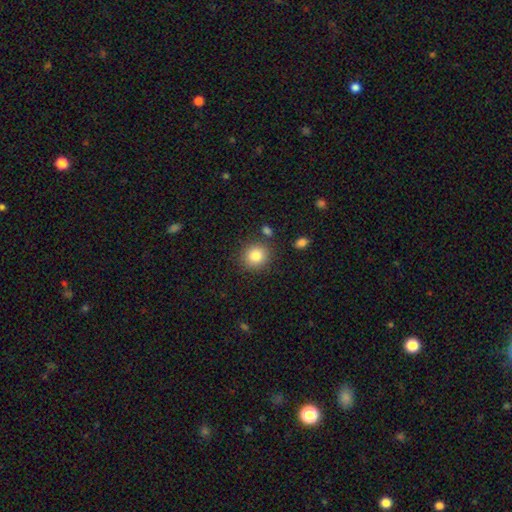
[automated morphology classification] type=smooth (83%); roundness=round (85%); merging=none (84%).